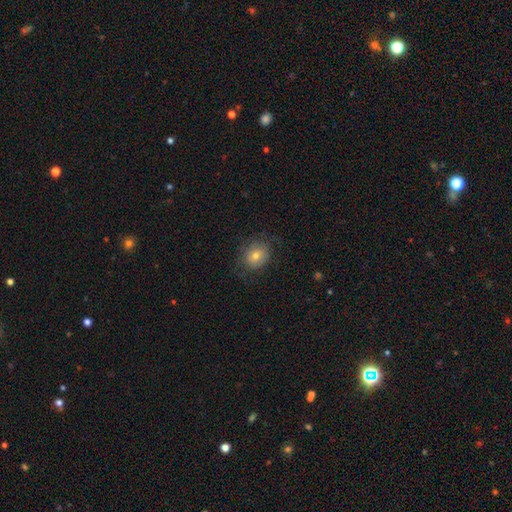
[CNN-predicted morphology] This is likely a smooth galaxy (68%). How rounded: likely round (68%). Merging: likely none (74%).